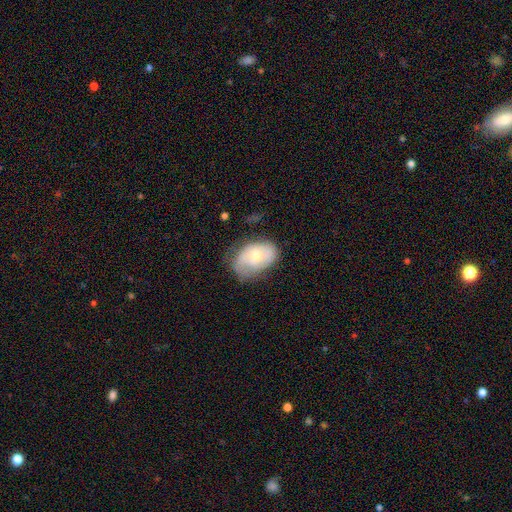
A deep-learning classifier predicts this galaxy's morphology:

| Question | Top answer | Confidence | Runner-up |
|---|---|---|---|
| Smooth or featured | smooth | 52% | featured or disk (41%) |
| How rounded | in between | 83% | round (16%) |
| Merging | none | 51% | minor disturbance (34%) |